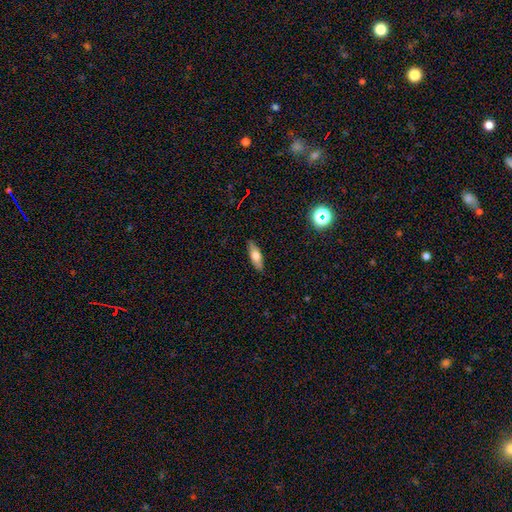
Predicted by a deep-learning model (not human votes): This appears to be a smooth galaxy with no disk features (67%) that is in between round and cigar-shaped (56%). Merging: none (87%).